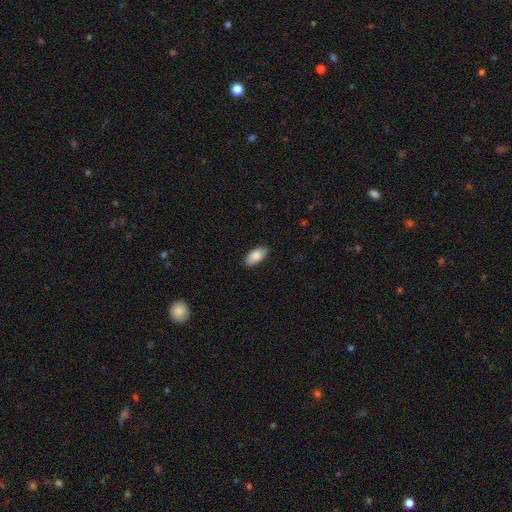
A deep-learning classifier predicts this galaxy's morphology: smooth_or_featured: smooth (p=0.87) [alt: featured or disk p=0.07]
how_rounded: in between (p=0.93) [alt: cigar-shaped p=0.05]
merging: none (p=0.87) [alt: minor disturbance p=0.10]